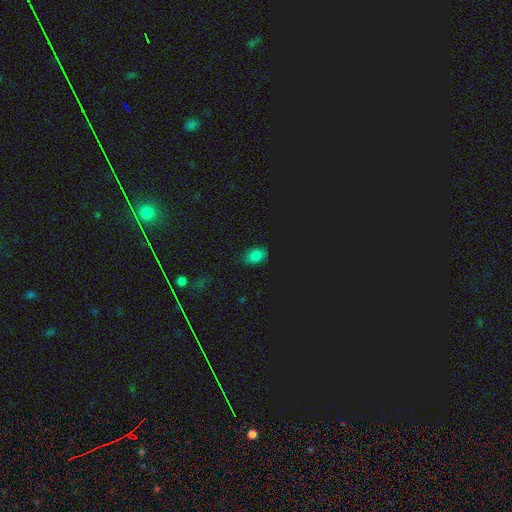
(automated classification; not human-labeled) A smooth galaxy with no disk features (73%) that is in between round and cigar-shaped (80%).

Vote fractions:
- Smooth or featured? smooth: 73% / star or artifact: 21% / featured or disk: 6%
- How rounded? in between: 80% / round: 18% / cigar-shaped: 2%
- Merging? none: 76% / minor disturbance: 18% / major disturbance: 4% / merger: 2%